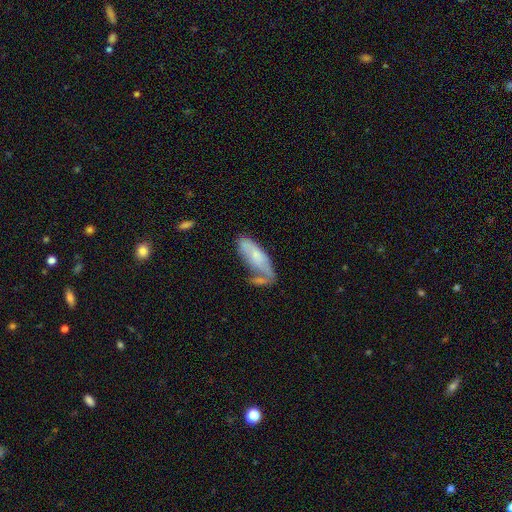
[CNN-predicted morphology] Smooth or featured: smooth — 62% (featured or disk — 32%)
How rounded: in between — 63% (cigar-shaped — 35%)
Merging: none — 39% (minor disturbance — 24%)